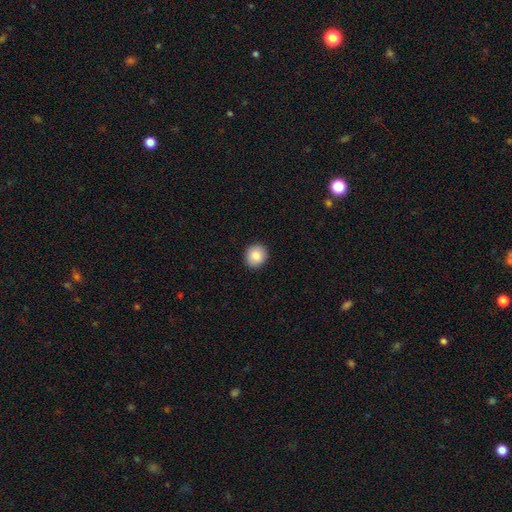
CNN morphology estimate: This is clearly a smooth galaxy (86%). How rounded: clearly round (80%). Merging: clearly none (91%).